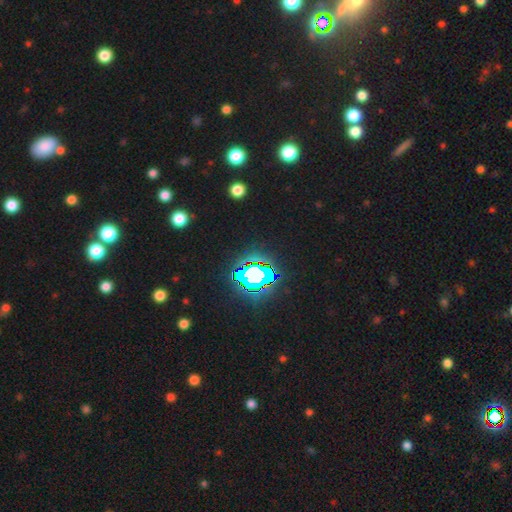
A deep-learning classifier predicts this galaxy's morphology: smooth-or-featured: star or artifact: 81% | smooth: 12% | featured or disk: 7%